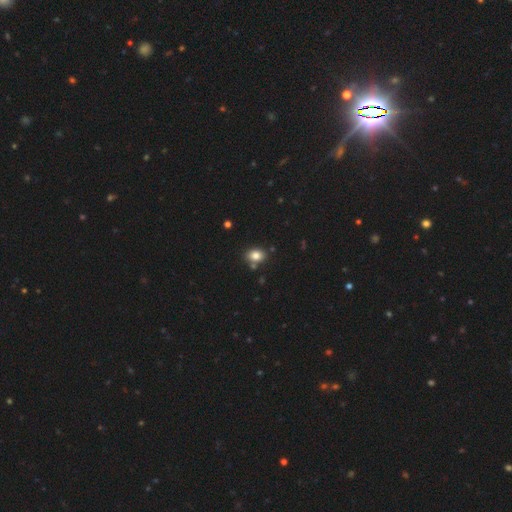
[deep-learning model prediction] A smooth galaxy with no disk features (83%) that is in between round and cigar-shaped (65%). Merging: none (78%).